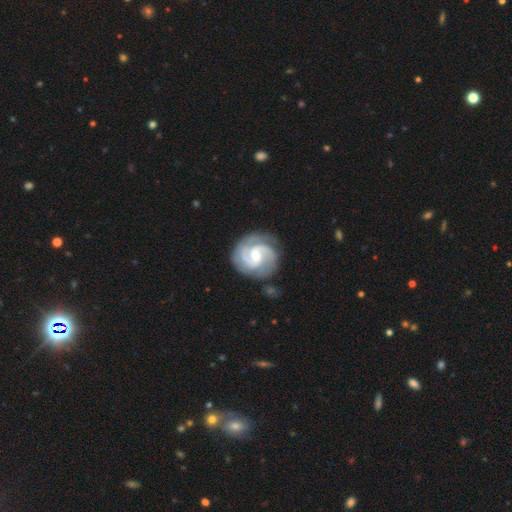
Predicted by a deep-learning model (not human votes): A featured or disk galaxy (89%) with a weak bar (45%), 2 (55%) tight (49%) spiral arms (98%) and a moderate central bulge (51%). Merging: none (80%).